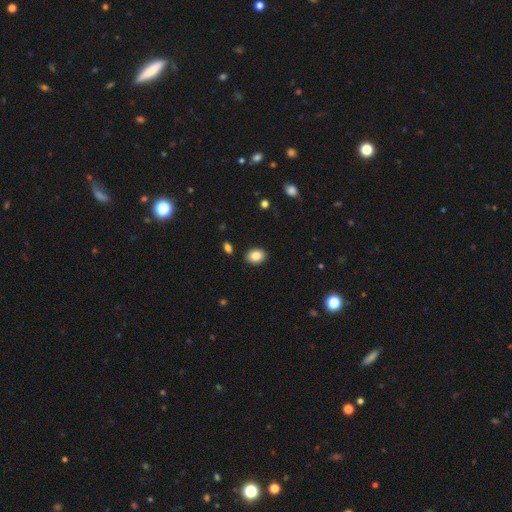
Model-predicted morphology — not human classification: A smooth galaxy with no disk features (86%) that is in between round and cigar-shaped (68%). Merging: none (89%).